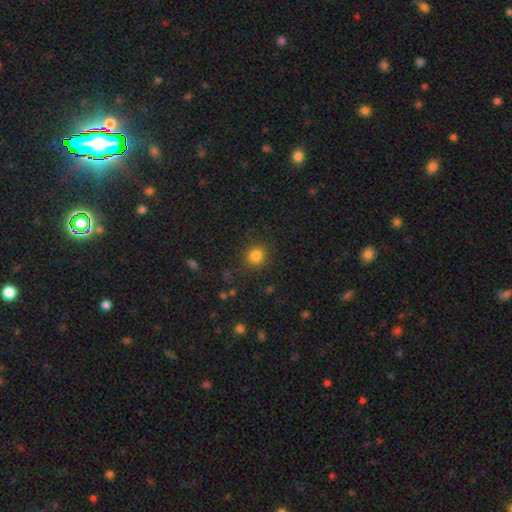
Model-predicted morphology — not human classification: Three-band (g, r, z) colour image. It shows a smooth galaxy with no disk features (83%) that is round (85%). Merging: none (86%).